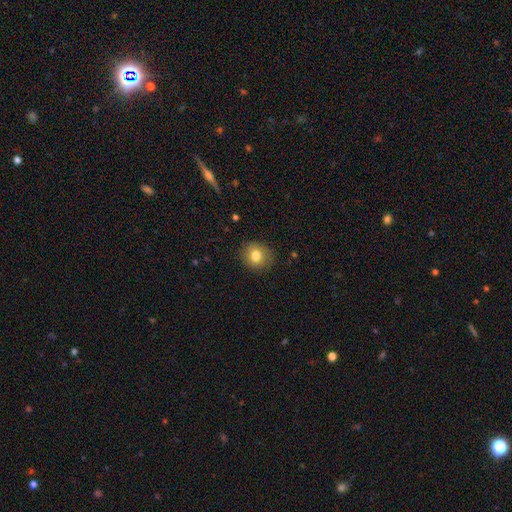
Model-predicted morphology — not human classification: Q: Smooth or featured?
A: smooth (79%); runner-up: featured or disk (11%)
Q: How rounded?
A: round (74%); runner-up: in between (25%)
Q: Merging?
A: none (86%); runner-up: minor disturbance (10%)